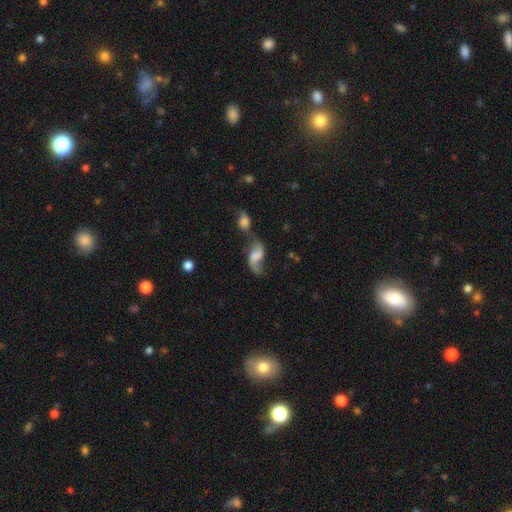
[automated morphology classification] A featured or disk galaxy (67%) with no bar (44%), 2 (87%) loose (85%) spiral arms (89%) and no central bulge (41%). Merging: merger (42%).